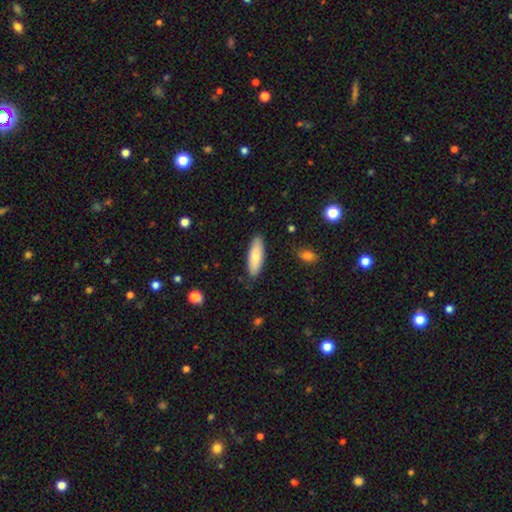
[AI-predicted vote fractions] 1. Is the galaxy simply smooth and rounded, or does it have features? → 81% smooth, 14% featured or disk, 6% star or artifact.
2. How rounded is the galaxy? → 59% in between, 39% cigar-shaped, 2% round.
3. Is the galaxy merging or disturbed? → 87% none, 10% minor disturbance, 2% major disturbance, 1% merger.